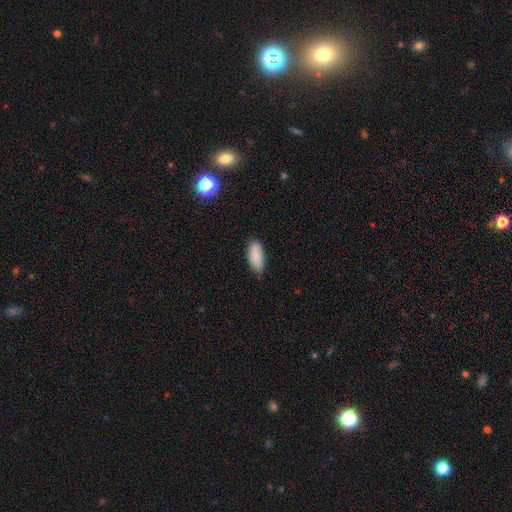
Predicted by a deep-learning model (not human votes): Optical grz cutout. It shows a smooth galaxy with no disk features (88%) that is in between round and cigar-shaped (84%). Merging: none (77%).